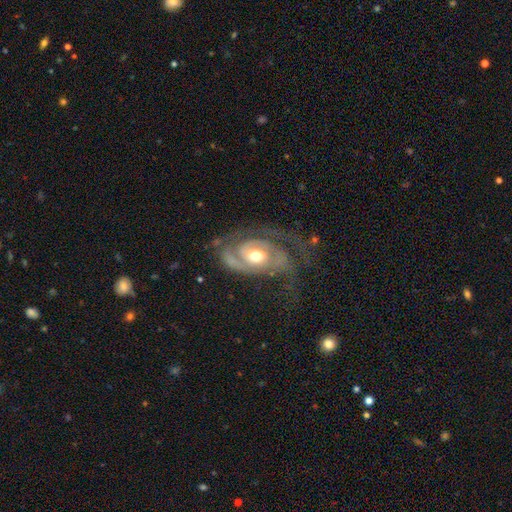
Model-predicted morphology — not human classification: A featured or disk galaxy (84%) with no bar (66%), 2 (42%) tight (48%) spiral arms (91%) and a moderate central bulge (71%). Merging: none (50%).